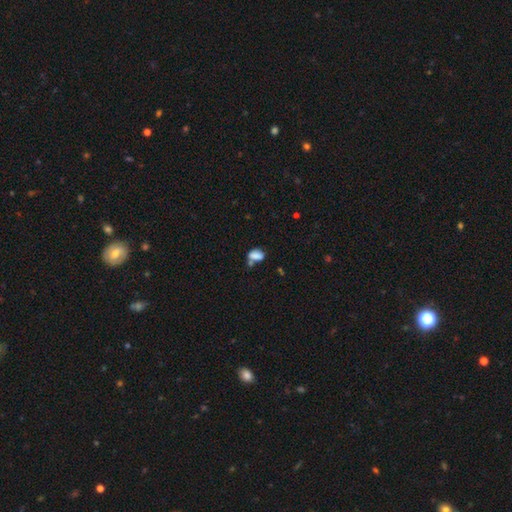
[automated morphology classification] Smooth or featured? Predicted: smooth (p=0.81). How rounded? Predicted: in between (p=0.82). Merging? Predicted: none (p=0.41).